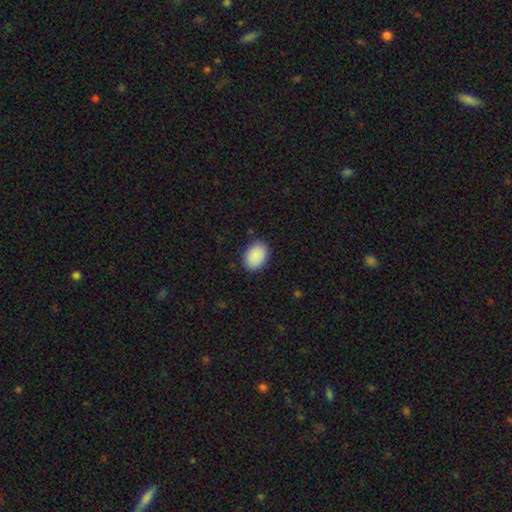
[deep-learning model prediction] The model was most divided on "how rounded": in between: 78%, round: 21%, cigar-shaped: 1%. More confident: smooth or featured — smooth (90%); merging — none (87%).